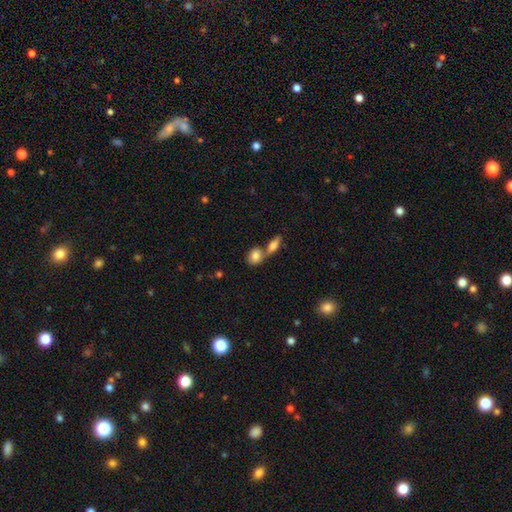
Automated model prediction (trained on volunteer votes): This appears to be a smooth galaxy with no disk features (83%) that is in between round and cigar-shaped (58%). Merging: merger (50%).